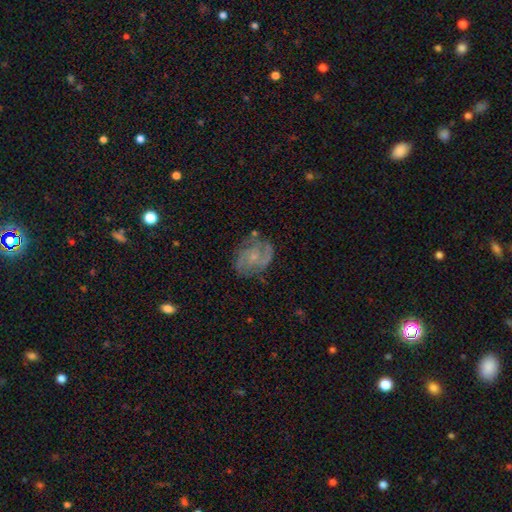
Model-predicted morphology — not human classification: This is likely a featured or disk galaxy (80%). It is clearly not viewed edge-on (98%). Bar: likely no (64%). Spiral arm pattern: clearly yes (93%). Spiral arm count: possibly 2 (57%). Spiral winding: possibly medium (48%). Central bulge: likely small (73%). Merging: likely none (72%).